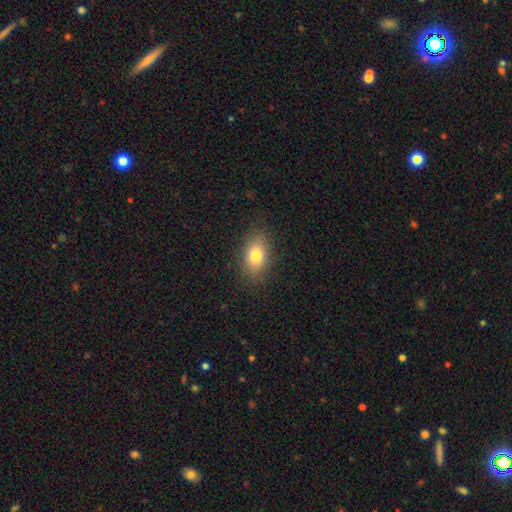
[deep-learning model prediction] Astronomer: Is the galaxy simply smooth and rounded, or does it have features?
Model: smooth — 79%.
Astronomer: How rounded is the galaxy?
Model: in between — 83%.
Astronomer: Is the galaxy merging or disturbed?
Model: none — 85%.